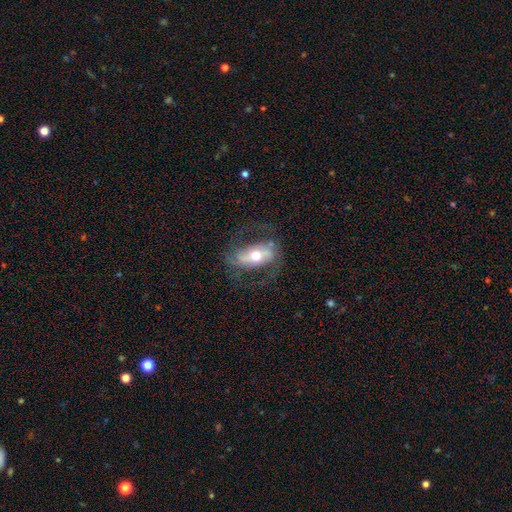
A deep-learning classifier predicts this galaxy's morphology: smooth_or_featured: featured or disk (p=0.66) [alt: smooth p=0.27]
disk_edge_on: no (p=0.88) [alt: yes p=0.12]
bar: strong (p=0.43) [alt: weak p=0.29]
has_spiral_arms: yes (p=0.74) [alt: no p=0.26]
bulge_size: moderate (p=0.70) [alt: small p=0.18]
merging: none (p=0.69) [alt: minor disturbance p=0.17]